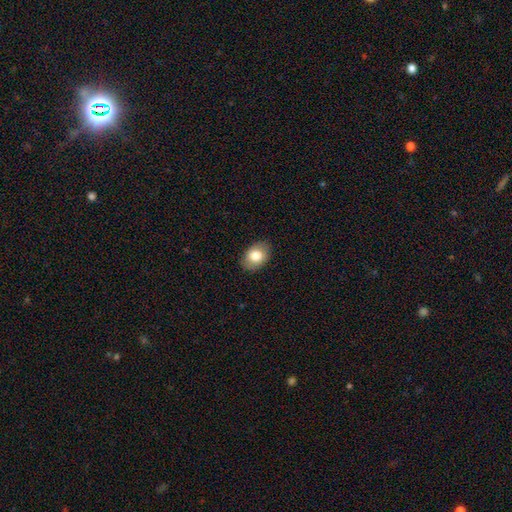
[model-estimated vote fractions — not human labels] smooth 80%, featured or disk 12%, star or artifact 7%. Down the decision tree: how rounded — in between (81%); merging — none (87%).